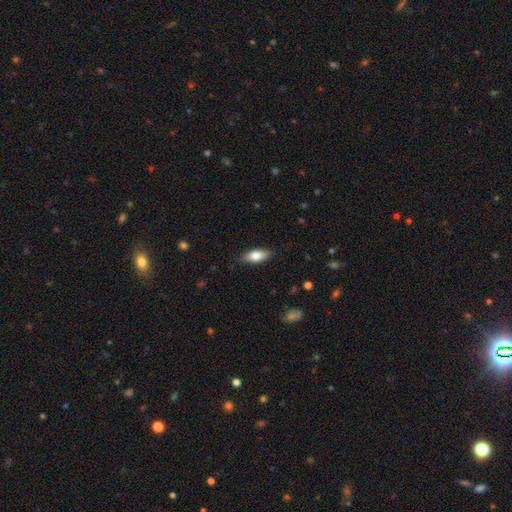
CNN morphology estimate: Overall: smooth (76%). How rounded: in between (78%). Merging: none (85%).